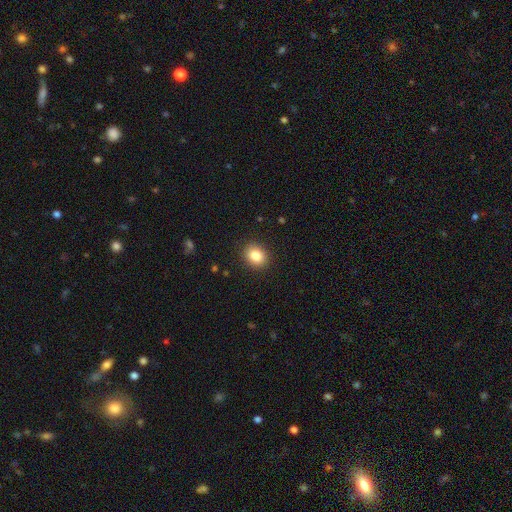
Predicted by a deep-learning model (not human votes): Overall: smooth (85%). How rounded: round (60%; in between 39%). Merging: none (90%).